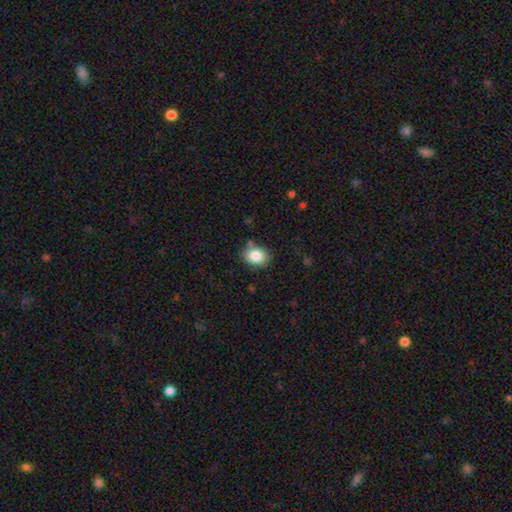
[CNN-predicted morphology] The model was most divided on "how rounded": in between: 65%, round: 34%, cigar-shaped: 1%. More confident: smooth or featured — smooth (84%); merging — none (77%).